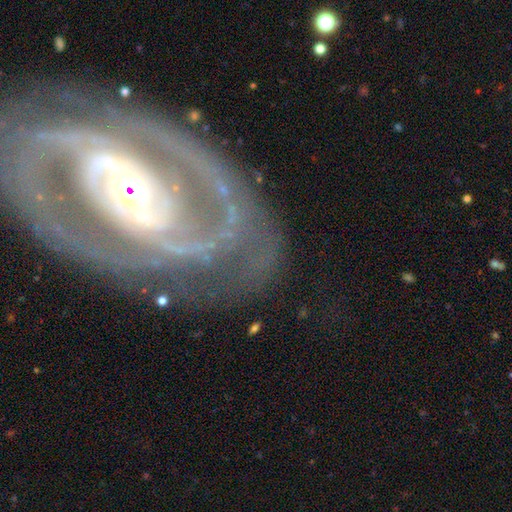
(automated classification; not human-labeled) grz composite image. It shows a featured or disk galaxy (89%) with no bar (40%), 2 (69%) tight (56%) spiral arms (93%) and a moderate central bulge (44%). Merging: none (78%).